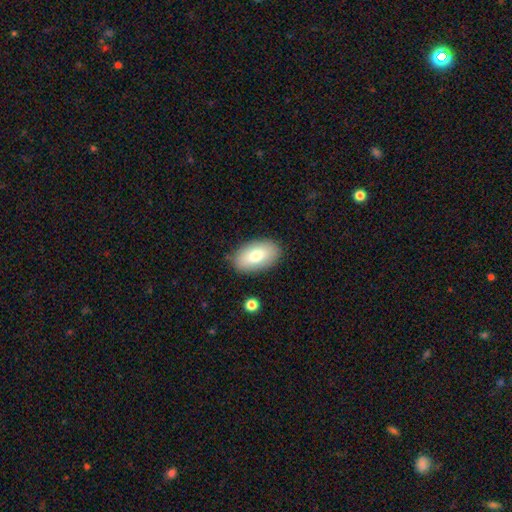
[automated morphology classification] smooth_or_featured: smooth (p=0.76) [alt: featured or disk p=0.17]
how_rounded: in between (p=0.94) [alt: round p=0.04]
merging: none (p=0.85) [alt: minor disturbance p=0.11]